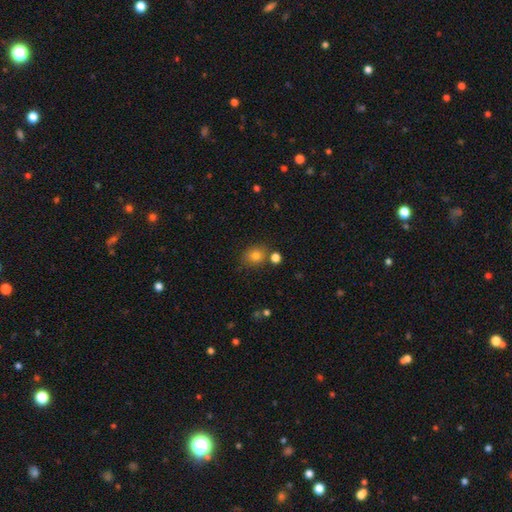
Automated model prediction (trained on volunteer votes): Q: Smooth or featured?
A: smooth (79%); runner-up: star or artifact (12%)
Q: How rounded?
A: round (67%); runner-up: in between (32%)
Q: Merging?
A: none (71%); runner-up: minor disturbance (14%)